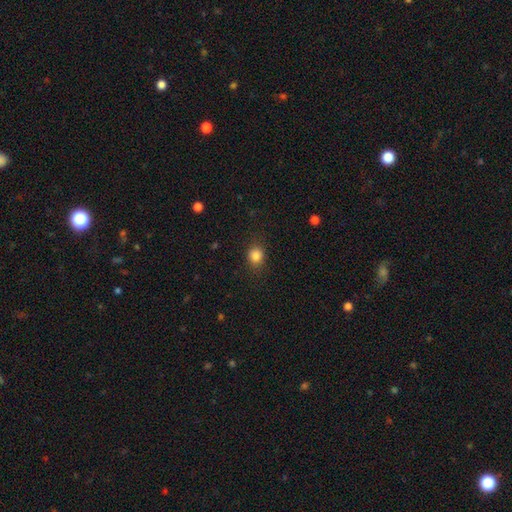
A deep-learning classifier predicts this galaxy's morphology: Smooth or featured: smooth — 85% (star or artifact — 11%)
How rounded: round — 71% (in between — 28%)
Merging: none — 81% (minor disturbance — 14%)